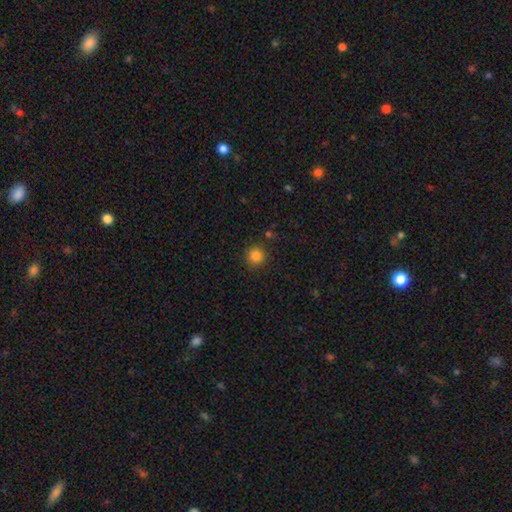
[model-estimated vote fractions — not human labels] A smooth galaxy with no disk features (84%) that is round (93%). Merging: none (88%).